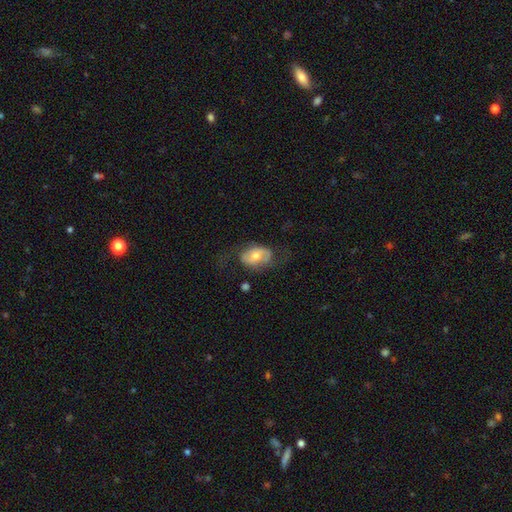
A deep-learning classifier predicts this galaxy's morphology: featured or disk 49%, smooth 44%, star or artifact 7%. Down the decision tree: merging — none (58%).